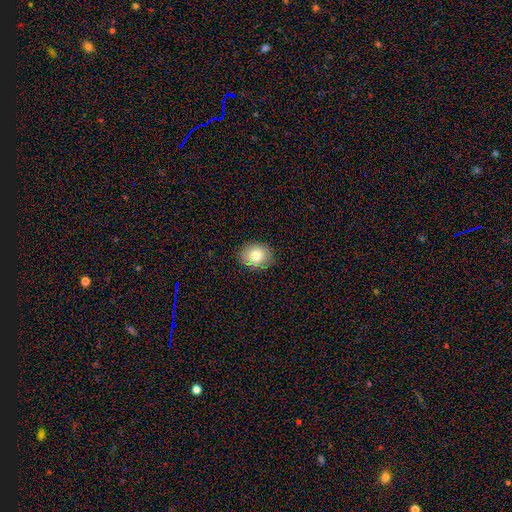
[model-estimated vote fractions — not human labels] smooth_or_featured: smooth (p=0.76) [alt: featured or disk p=0.12]
how_rounded: round (p=0.63) [alt: in between p=0.36]
merging: none (p=0.85) [alt: minor disturbance p=0.10]